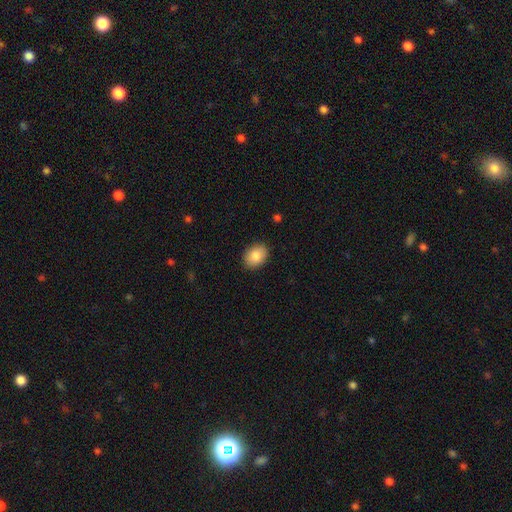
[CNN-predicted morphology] Q: Smooth or featured?
A: smooth (86%); runner-up: star or artifact (7%)
Q: How rounded?
A: in between (70%); runner-up: round (29%)
Q: Merging?
A: none (88%); runner-up: minor disturbance (9%)